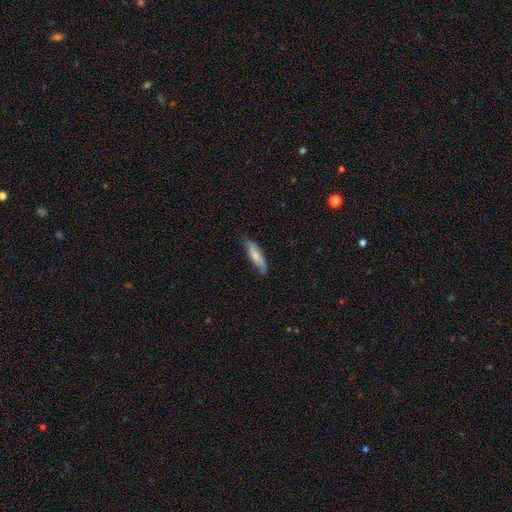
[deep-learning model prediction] Smooth or featured? Predicted: smooth (p=0.68). How rounded? Predicted: cigar-shaped (p=0.62). Merging? Predicted: none (p=0.72).